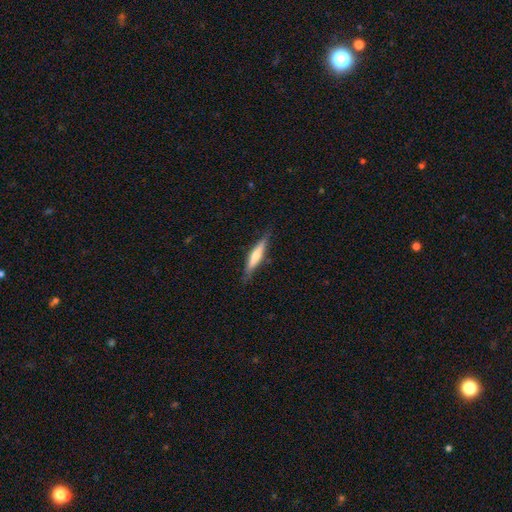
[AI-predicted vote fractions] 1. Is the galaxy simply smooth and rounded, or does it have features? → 48% featured or disk, 46% smooth, 6% star or artifact.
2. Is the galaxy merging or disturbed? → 84% none, 12% minor disturbance, 2% major disturbance, 1% merger.